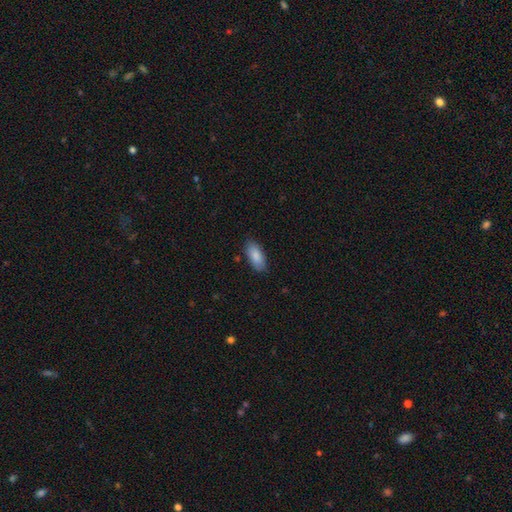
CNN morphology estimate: smooth-or-featured: smooth: 87% | featured or disk: 6% | star or artifact: 6%
  how-rounded: in between: 88% | cigar-shaped: 10% | round: 2%
  merging: none: 84% | minor disturbance: 12% | major disturbance: 2% | merger: 1%